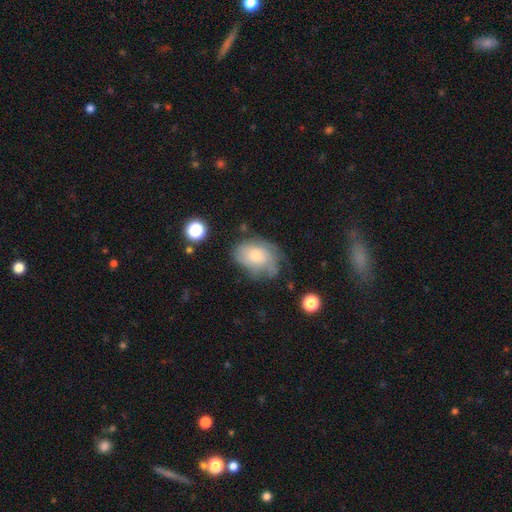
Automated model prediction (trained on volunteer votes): Q: Smooth or featured?
A: featured or disk (48%); runner-up: smooth (43%)
Q: Merging?
A: none (44%); runner-up: minor disturbance (33%)